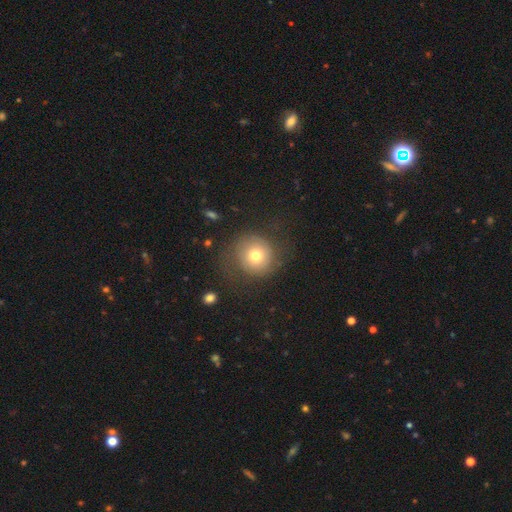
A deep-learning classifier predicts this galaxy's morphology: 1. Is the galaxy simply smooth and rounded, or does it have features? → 68% smooth, 21% featured or disk, 11% star or artifact.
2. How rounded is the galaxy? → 90% round, 9% in between, 1% cigar-shaped.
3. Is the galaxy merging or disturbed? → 65% none, 17% minor disturbance, 16% major disturbance, 2% merger.